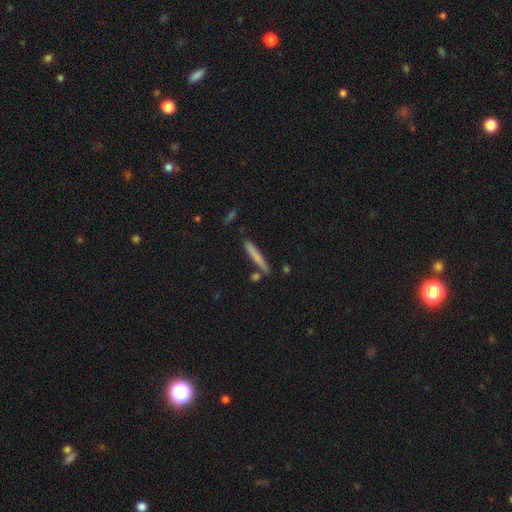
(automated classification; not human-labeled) Smooth or featured?
  - smooth: 69% *
  - featured or disk: 25%
  - star or artifact: 6%
How rounded?
  - cigar-shaped: 95% *
  - in between: 4%
  - round: 1%
Merging?
  - none: 83% *
  - minor disturbance: 10%
  - merger: 6%
  - major disturbance: 2%